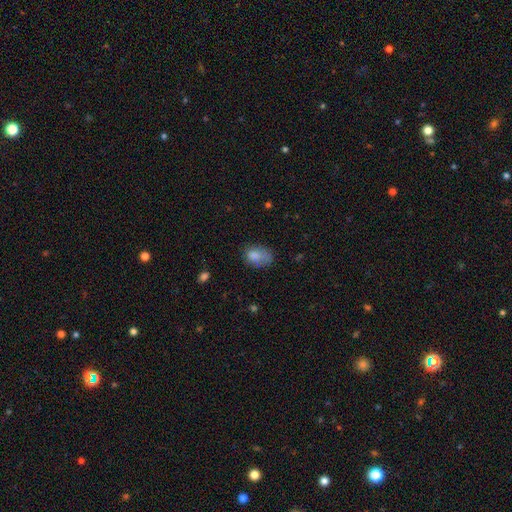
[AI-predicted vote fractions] A smooth galaxy with no disk features (78%) that is in between round and cigar-shaped (78%).

Vote fractions:
- Smooth or featured? smooth: 78% / featured or disk: 12% / star or artifact: 10%
- How rounded? in between: 78% / round: 21% / cigar-shaped: 1%
- Merging? none: 44% / minor disturbance: 32% / major disturbance: 20% / merger: 4%